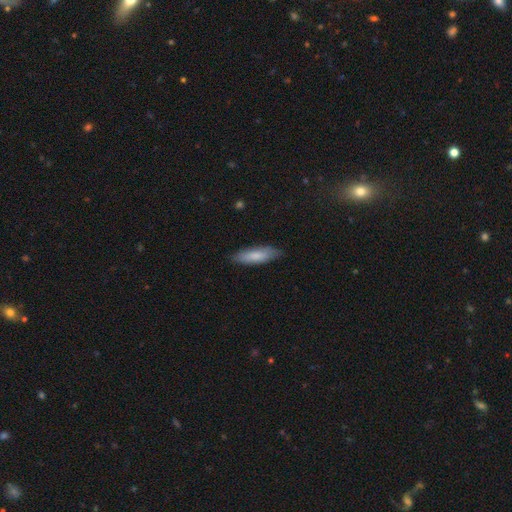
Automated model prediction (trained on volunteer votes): smooth-or-featured: smooth: 80% | featured or disk: 15% | star or artifact: 5%
  how-rounded: cigar-shaped: 54% | in between: 44% | round: 1%
  merging: none: 82% | minor disturbance: 14% | major disturbance: 2% | merger: 1%